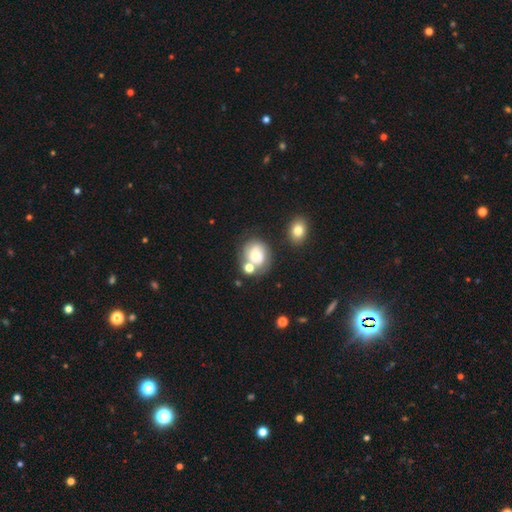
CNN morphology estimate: Smooth or featured? smooth (54%)
How rounded? round (63%)
Merging? none (51%)